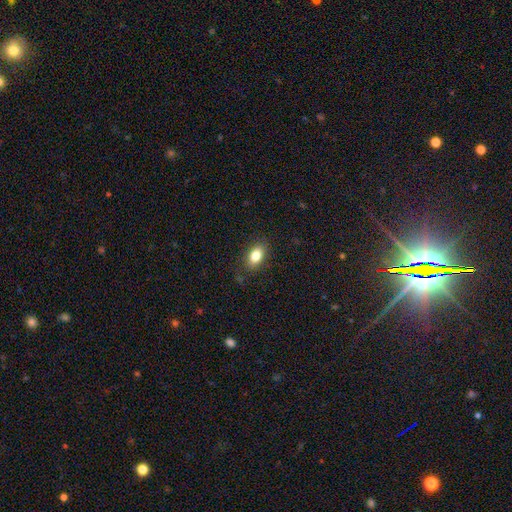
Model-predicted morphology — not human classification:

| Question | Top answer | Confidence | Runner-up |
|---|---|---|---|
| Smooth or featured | smooth | 83% | featured or disk (9%) |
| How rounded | in between | 88% | round (9%) |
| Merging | none | 84% | minor disturbance (11%) |